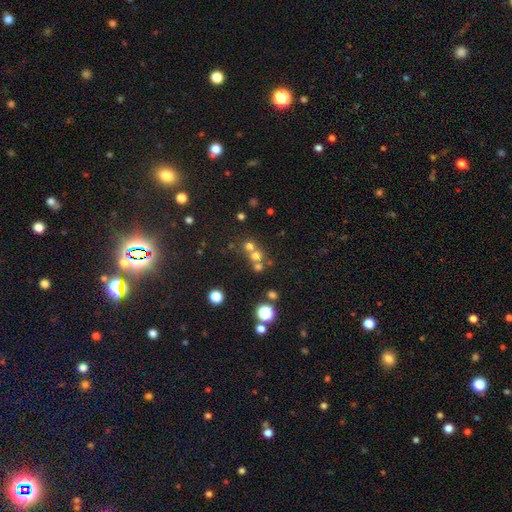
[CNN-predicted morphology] A smooth galaxy with no disk features (62%) that is round (89%).

Vote fractions:
- Smooth or featured? smooth: 62% / star or artifact: 25% / featured or disk: 13%
- How rounded? round: 89% / in between: 10% / cigar-shaped: 1%
- Merging? none: 47% / merger: 44% / minor disturbance: 6% / major disturbance: 3%